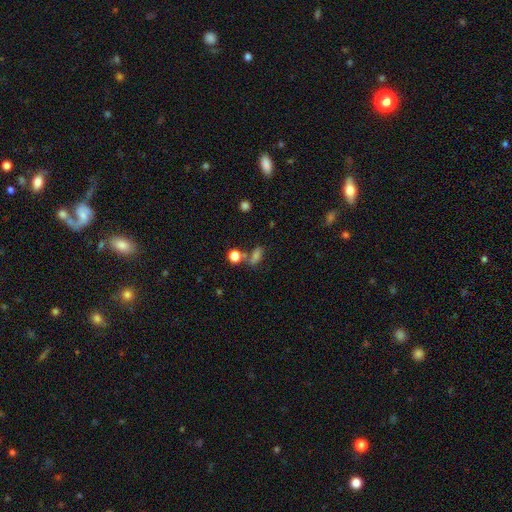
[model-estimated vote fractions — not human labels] Smooth or featured: smooth — 62% (star or artifact — 24%)
How rounded: in between — 66% (round — 21%)
Merging: none — 50% (merger — 23%)